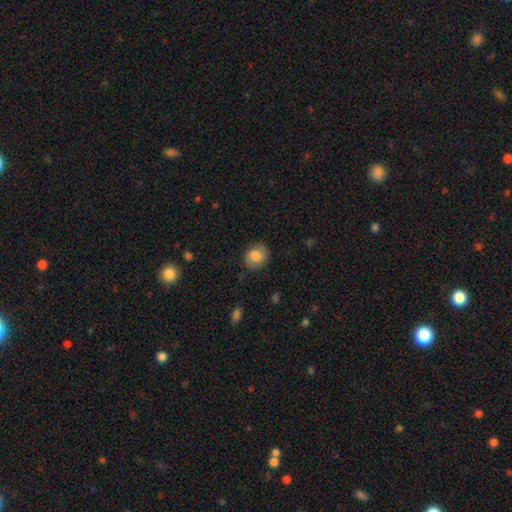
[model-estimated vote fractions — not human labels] smooth-or-featured: smooth: 79% | featured or disk: 13% | star or artifact: 8%
  how-rounded: round: 65% | in between: 34% | cigar-shaped: 1%
  merging: none: 79% | minor disturbance: 16% | major disturbance: 4% | merger: 1%